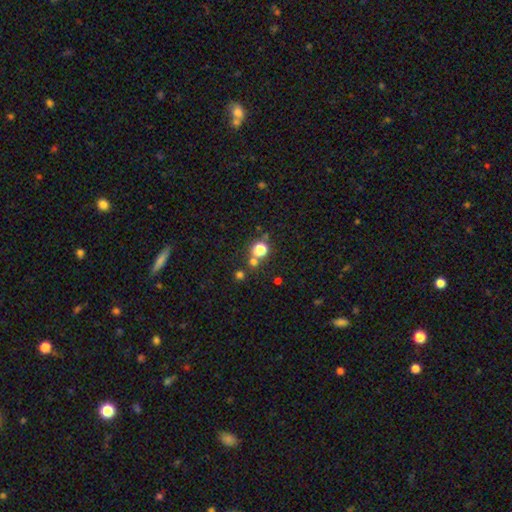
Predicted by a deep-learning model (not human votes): This is likely a smooth galaxy (71%). How rounded: clearly round (85%). Merging: likely none (62%).